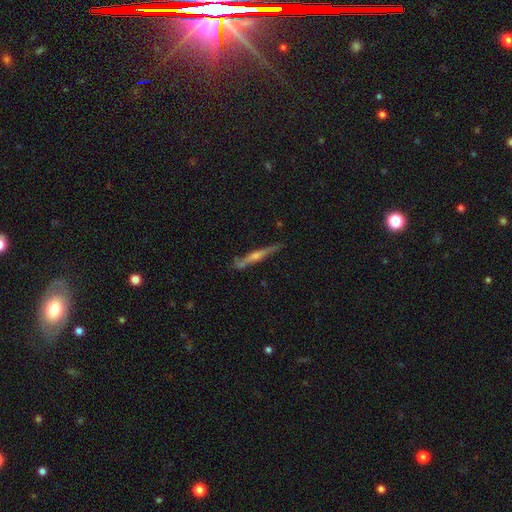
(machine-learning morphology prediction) Overall: featured or disk (77%). Edge-on disk: yes (97%). Edge-on bulge: rounded (76%). Merging: none (84%).